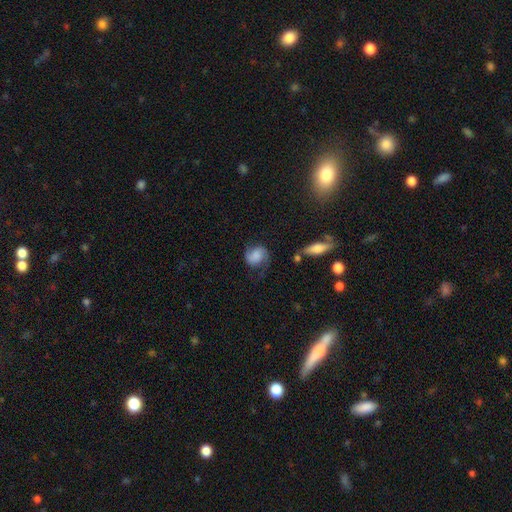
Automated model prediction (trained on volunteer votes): A featured or disk galaxy (49%).

Vote fractions:
- Smooth or featured? featured or disk: 49% / smooth: 42% / star or artifact: 9%
- Merging? none: 61% / minor disturbance: 24% / major disturbance: 12% / merger: 4%